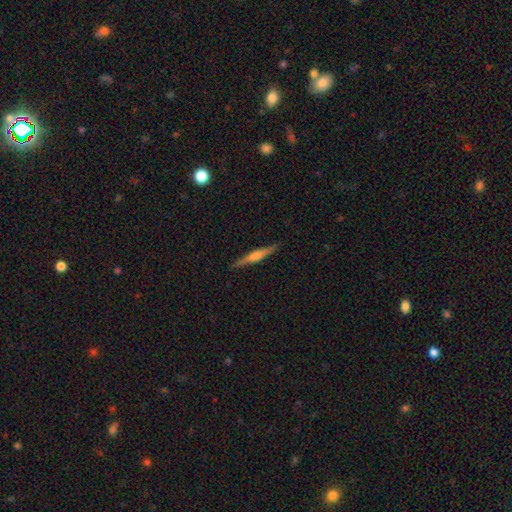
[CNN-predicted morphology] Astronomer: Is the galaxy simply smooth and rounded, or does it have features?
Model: featured or disk — 70%.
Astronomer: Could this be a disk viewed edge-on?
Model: yes — 98%.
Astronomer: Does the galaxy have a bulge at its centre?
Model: rounded — 68%.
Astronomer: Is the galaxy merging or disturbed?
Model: none — 91%.